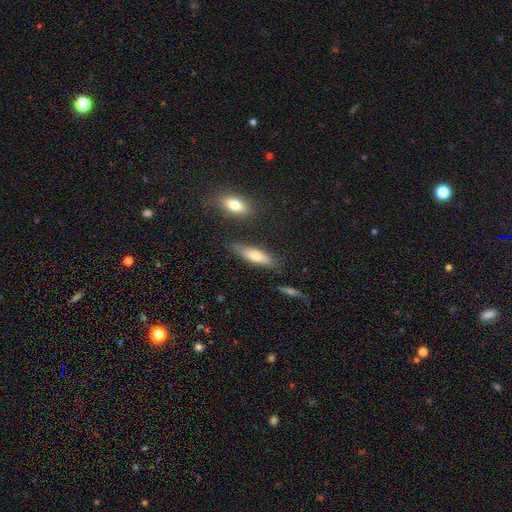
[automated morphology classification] smooth_or_featured: smooth (p=0.65) [alt: featured or disk p=0.27]
how_rounded: cigar-shaped (p=0.66) [alt: in between p=0.32]
merging: none (p=0.75) [alt: minor disturbance p=0.17]